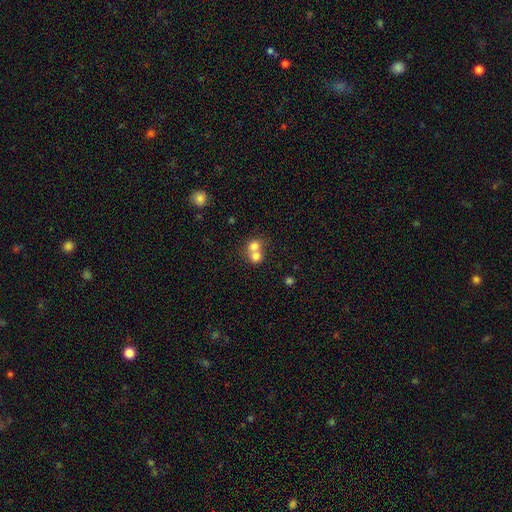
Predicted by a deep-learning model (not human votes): This is likely a smooth galaxy (74%). How rounded: likely round (78%). Merging: likely merger (69%).